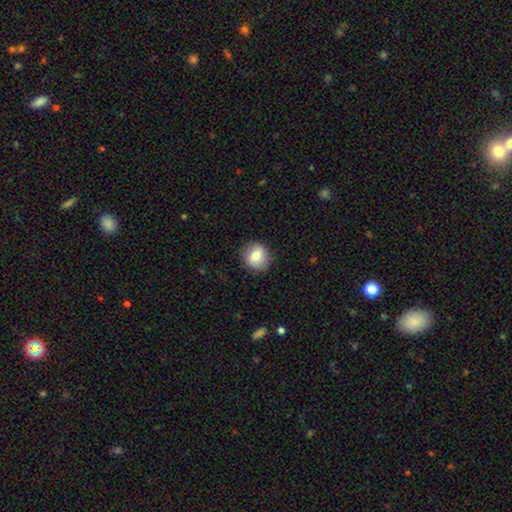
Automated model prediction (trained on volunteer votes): smooth-or-featured: smooth: 76% | featured or disk: 15% | star or artifact: 8%
  how-rounded: round: 83% | in between: 16% | cigar-shaped: 1%
  merging: none: 86% | minor disturbance: 10% | major disturbance: 3% | merger: 1%